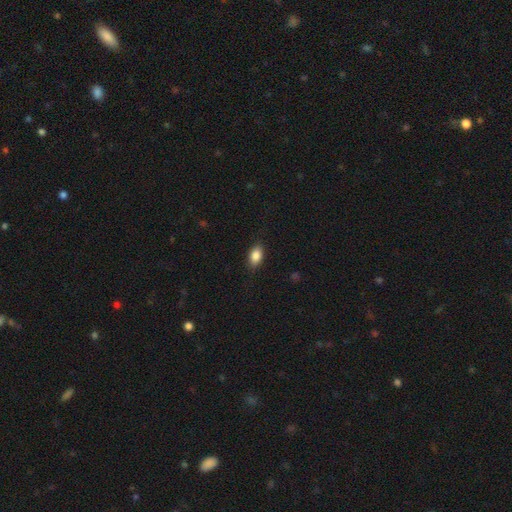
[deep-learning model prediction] Smooth or featured: smooth — 87% (star or artifact — 8%)
How rounded: in between — 89% (round — 8%)
Merging: none — 86% (minor disturbance — 11%)